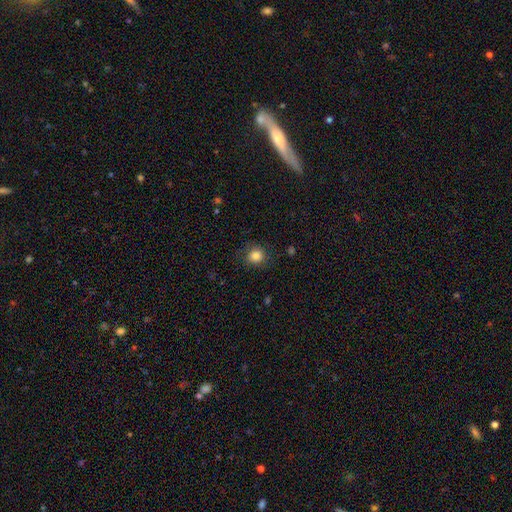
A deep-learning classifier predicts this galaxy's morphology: type=smooth (83%); roundness=round (87%); merging=none (84%).